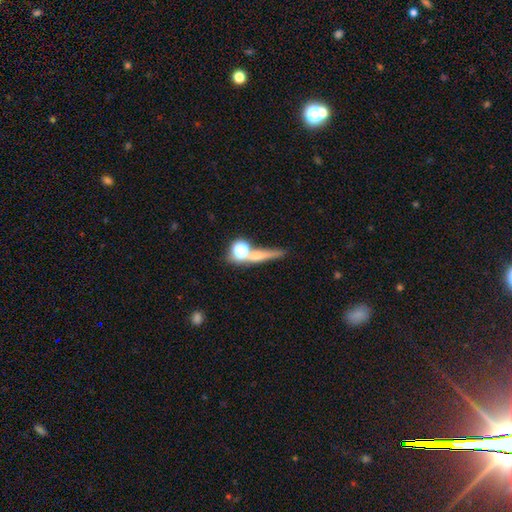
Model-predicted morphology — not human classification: A smooth galaxy with no disk features (53%) that is cigar-shaped (52%). Merging: none (61%).